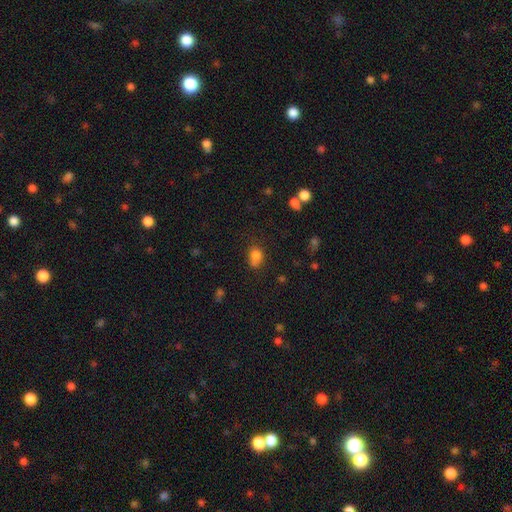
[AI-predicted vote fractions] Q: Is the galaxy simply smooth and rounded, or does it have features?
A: smooth — 79%.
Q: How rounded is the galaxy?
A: in between — 51%.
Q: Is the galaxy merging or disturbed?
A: none — 46%.